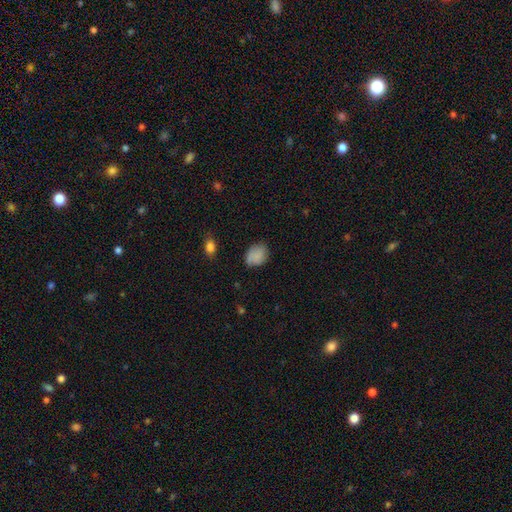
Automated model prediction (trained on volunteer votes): A smooth galaxy with no disk features (81%) that is in between round and cigar-shaped (65%).

Vote fractions:
- Smooth or featured? smooth: 81% / featured or disk: 10% / star or artifact: 9%
- How rounded? in between: 65% / round: 34% / cigar-shaped: 1%
- Merging? none: 70% / minor disturbance: 23% / major disturbance: 5% / merger: 2%